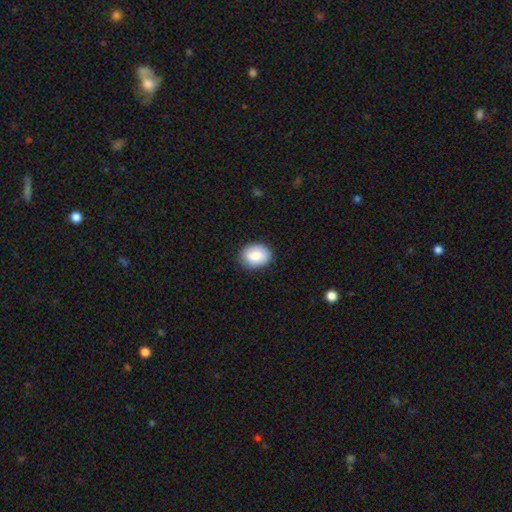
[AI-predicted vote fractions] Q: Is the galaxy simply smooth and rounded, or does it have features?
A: smooth — 82%.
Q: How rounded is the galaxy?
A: in between — 59%.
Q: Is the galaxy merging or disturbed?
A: none — 84%.